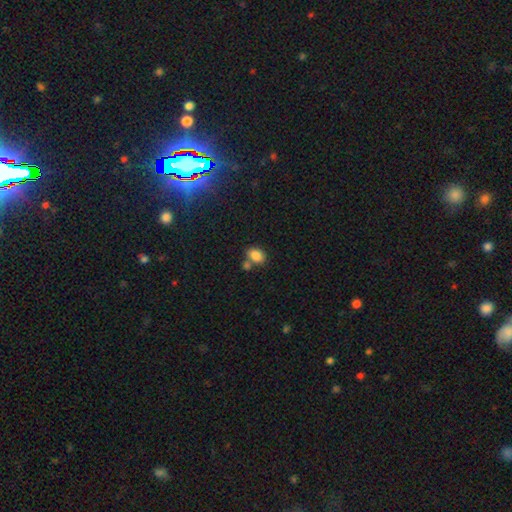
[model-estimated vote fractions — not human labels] Q: Smooth or featured?
A: smooth (84%); runner-up: star or artifact (9%)
Q: How rounded?
A: in between (71%); runner-up: round (28%)
Q: Merging?
A: none (58%); runner-up: merger (26%)